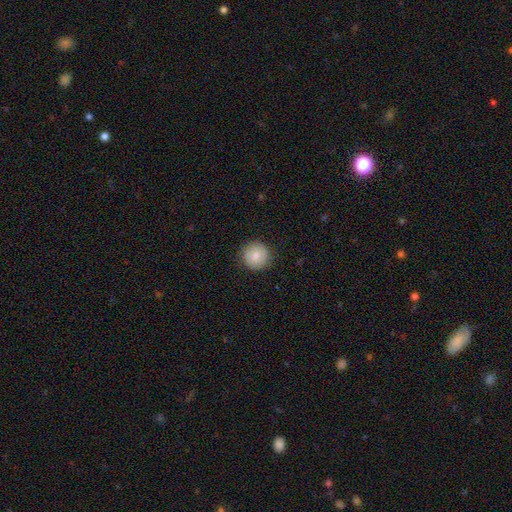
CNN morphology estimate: Overall: smooth (78%). How rounded: round (94%). Merging: none (88%).